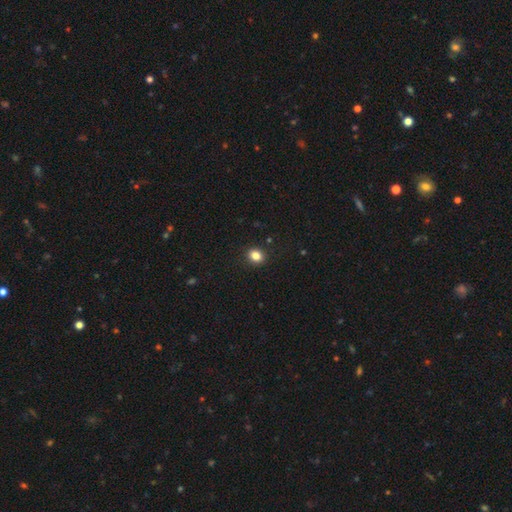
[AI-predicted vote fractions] The model was most divided on "how rounded": round: 64%, in between: 35%, cigar-shaped: 1%. More confident: merging — none (90%); smooth or featured — smooth (84%).